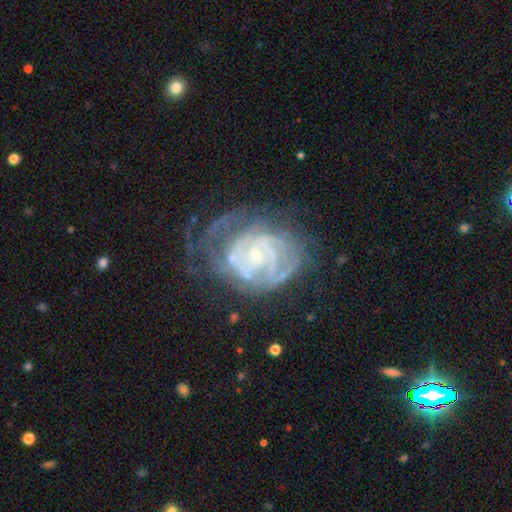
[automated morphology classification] A featured or disk galaxy (84%) with no bar (68%), tight (68%) spiral arms (90%) and a small central bulge (78%). Merging: none (49%).